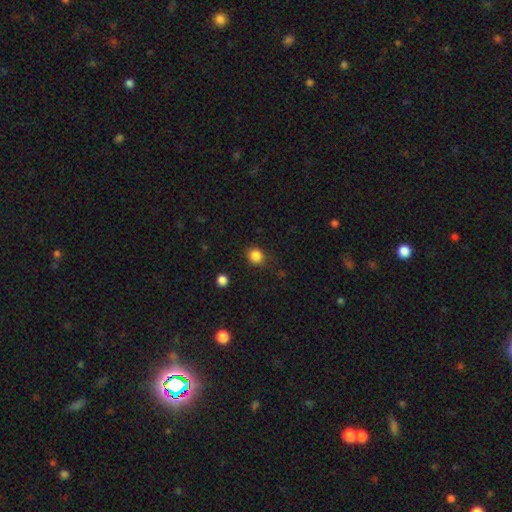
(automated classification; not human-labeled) This is clearly a smooth galaxy (85%). How rounded: clearly round (80%). Merging: clearly none (82%).